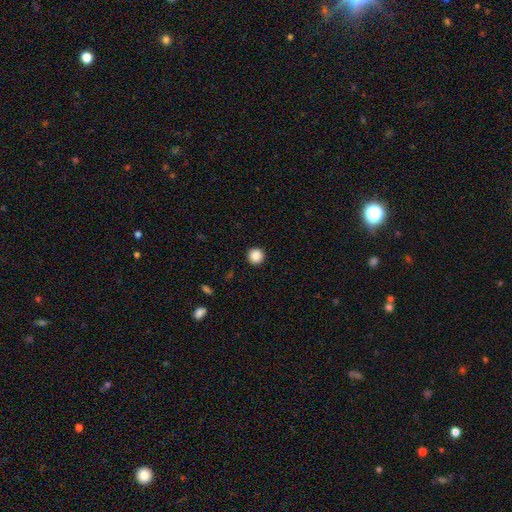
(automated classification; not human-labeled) Smooth or featured: smooth — 87% (star or artifact — 10%)
How rounded: round — 96% (in between — 3%)
Merging: none — 93% (minor disturbance — 4%)